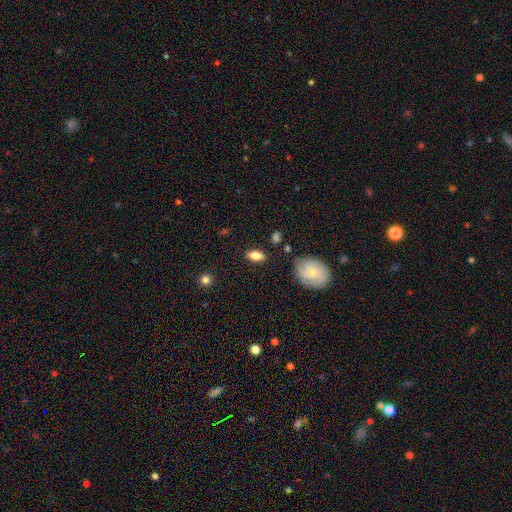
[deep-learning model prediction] The model was most divided on "smooth or featured": smooth: 77%, featured or disk: 15%, star or artifact: 8%. More confident: how rounded — in between (86%); merging — none (82%).